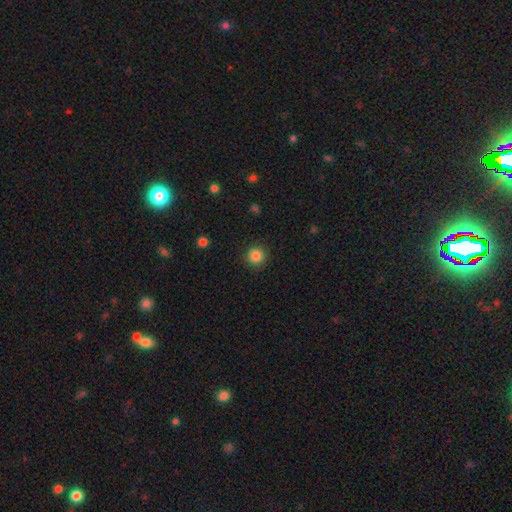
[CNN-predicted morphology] Overall: smooth (85%). How rounded: round (94%). Merging: none (90%).